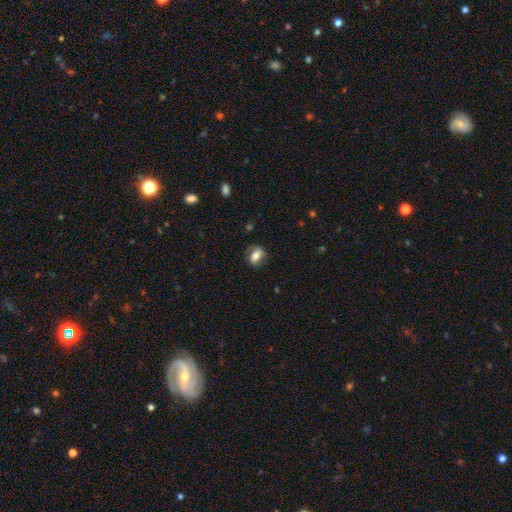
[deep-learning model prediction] Overall: smooth (67%). How rounded: in between (75%). Merging: none (77%).